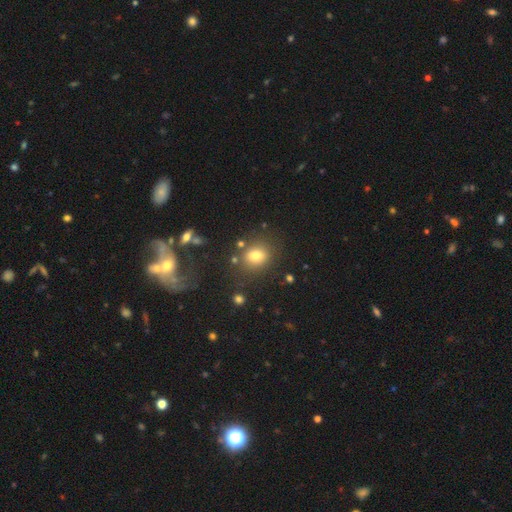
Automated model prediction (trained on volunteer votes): A smooth galaxy with no disk features (78%) that is in between round and cigar-shaped (55%). Merging: none (76%).